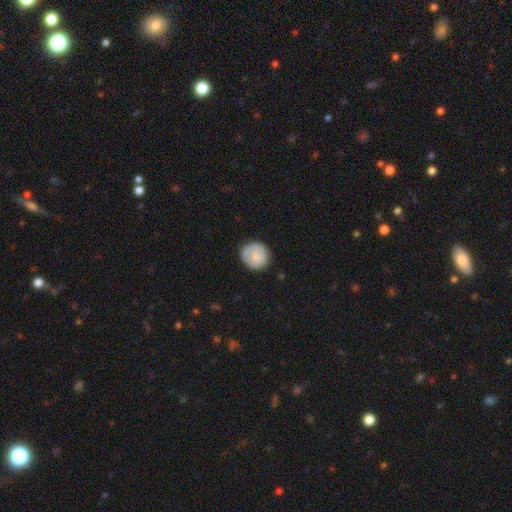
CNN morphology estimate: Smooth or featured? Predicted: smooth (p=0.79). How rounded? Predicted: round (p=0.92). Merging? Predicted: none (p=0.81).